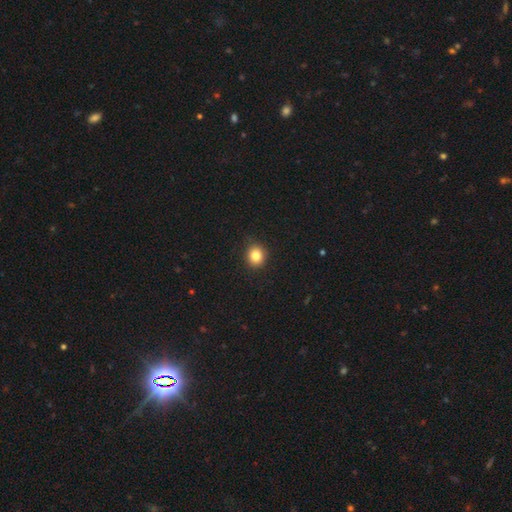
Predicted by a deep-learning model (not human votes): This is clearly a smooth galaxy (83%). How rounded: likely round (80%). Merging: clearly none (89%).